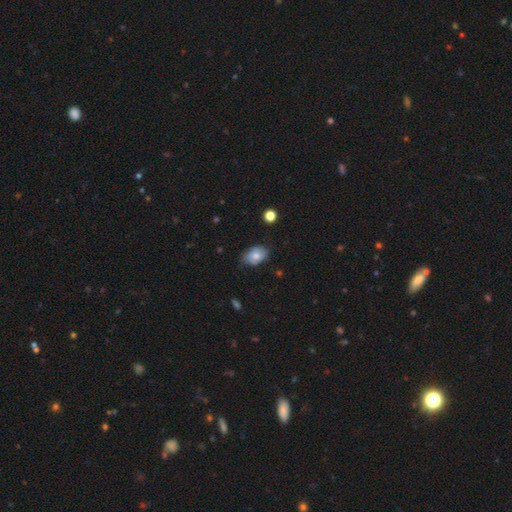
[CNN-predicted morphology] smooth-or-featured: smooth: 75% | featured or disk: 17% | star or artifact: 8%
  how-rounded: in between: 86% | round: 13% | cigar-shaped: 1%
  merging: none: 68% | minor disturbance: 26% | major disturbance: 4% | merger: 2%